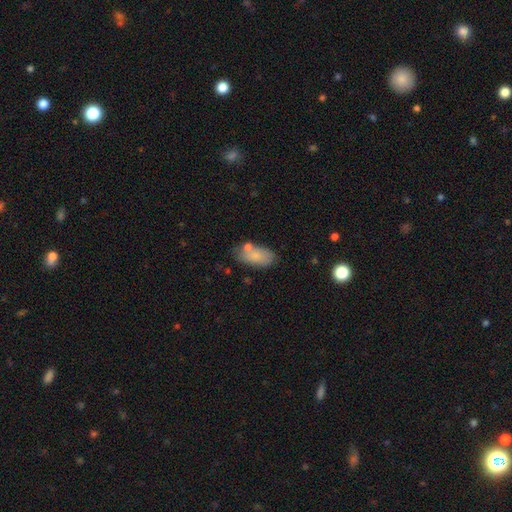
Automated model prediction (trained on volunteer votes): Smooth or featured?
  - smooth: 80% *
  - featured or disk: 13%
  - star or artifact: 7%
How rounded?
  - in between: 92% *
  - cigar-shaped: 5%
  - round: 4%
Merging?
  - none: 64% *
  - minor disturbance: 18%
  - merger: 12%
  - major disturbance: 5%